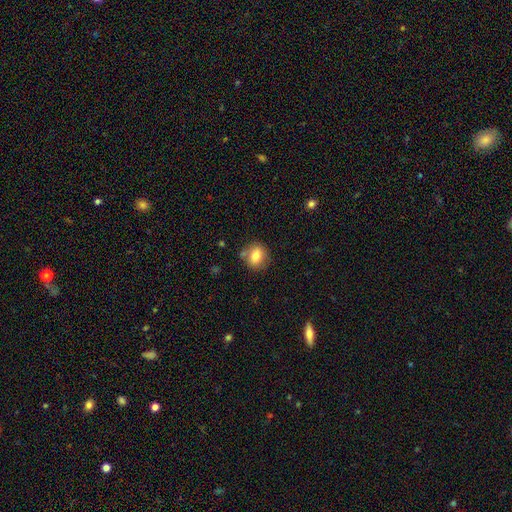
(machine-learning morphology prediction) The model was most divided on "how rounded": round: 62%, in between: 37%, cigar-shaped: 1%. More confident: smooth or featured — smooth (79%); merging — none (72%).